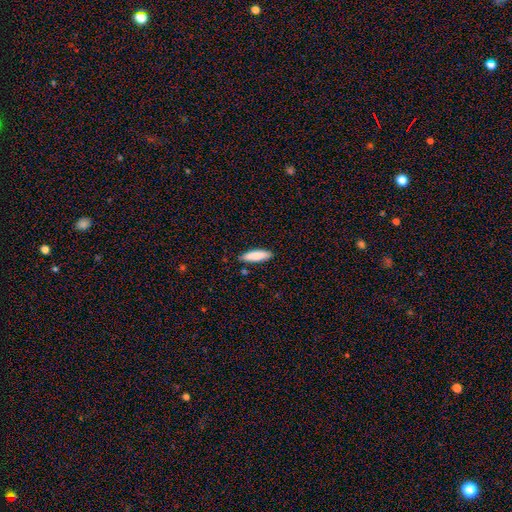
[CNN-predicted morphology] type=smooth (85%); roundness=cigar-shaped (63%); merging=none (85%).